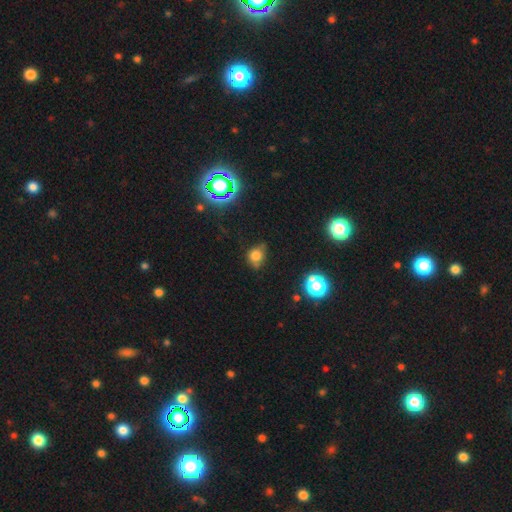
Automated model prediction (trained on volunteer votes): Morphology: type=smooth (68%); roundness=round (61%); merging=none (55%).